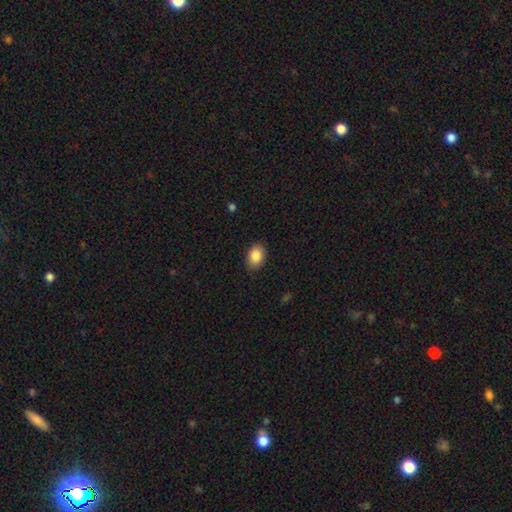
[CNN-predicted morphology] smooth_or_featured: smooth (p=0.86) [alt: star or artifact p=0.08]
how_rounded: in between (p=0.78) [alt: round p=0.20]
merging: none (p=0.87) [alt: minor disturbance p=0.10]